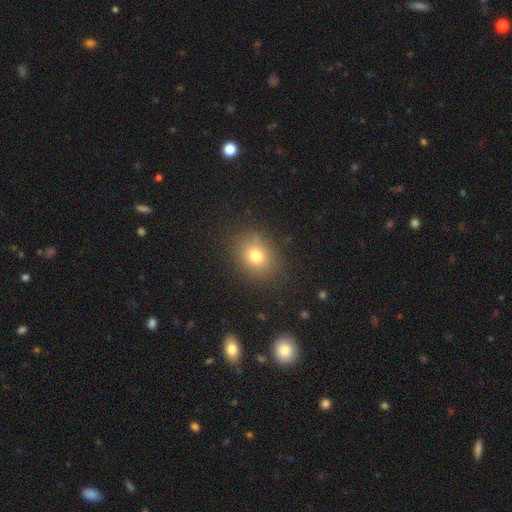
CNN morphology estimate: smooth_or_featured: smooth (p=0.75) [alt: star or artifact p=0.14]
how_rounded: round (p=0.57) [alt: in between p=0.42]
merging: none (p=0.85) [alt: minor disturbance p=0.10]